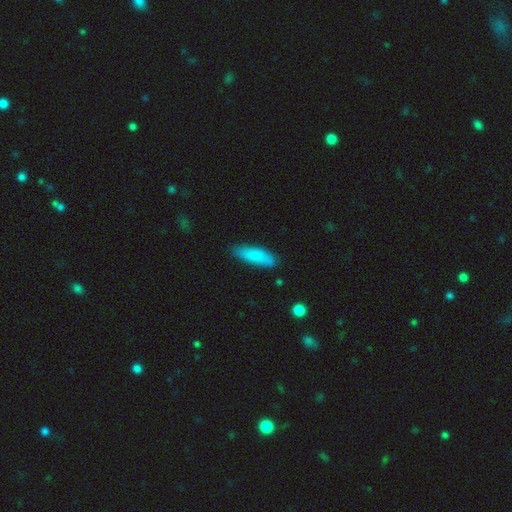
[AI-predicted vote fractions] Smooth or featured? smooth (85%)
How rounded? cigar-shaped (54%)
Merging? none (80%)